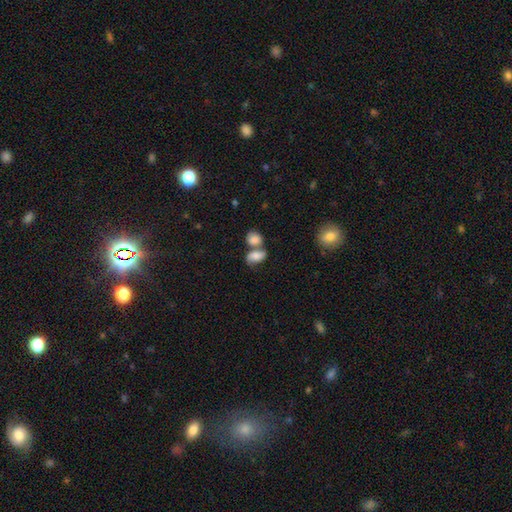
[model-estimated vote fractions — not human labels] Smooth or featured? smooth (59%)
How rounded? in between (79%)
Merging? merger (51%)